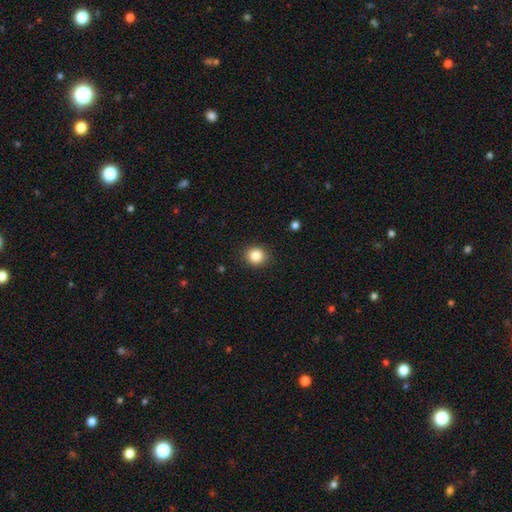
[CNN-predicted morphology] Smooth or featured: smooth — 85% (star or artifact — 10%)
How rounded: round — 86% (in between — 13%)
Merging: none — 90% (minor disturbance — 7%)